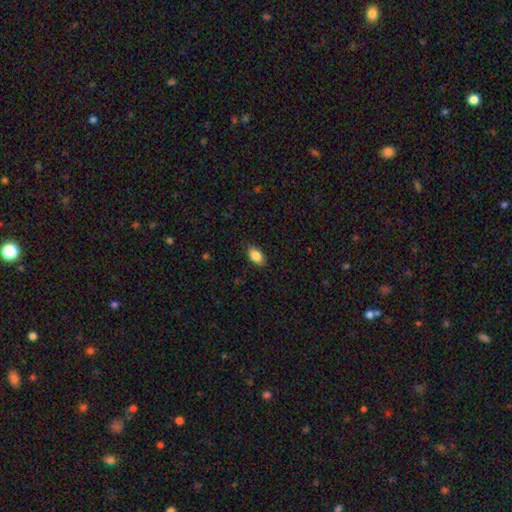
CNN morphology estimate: Smooth or featured? Predicted: smooth (p=0.87). How rounded? Predicted: in between (p=0.91). Merging? Predicted: none (p=0.87).